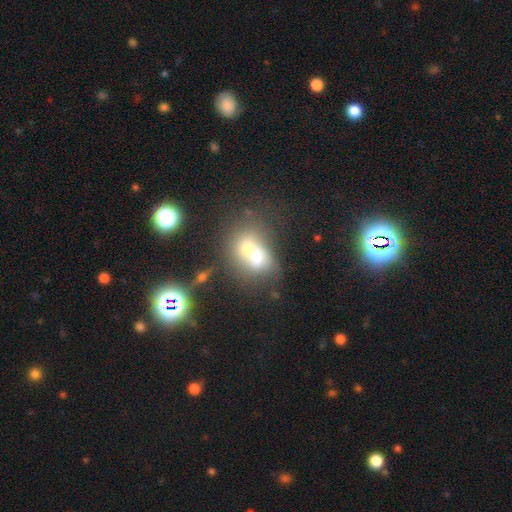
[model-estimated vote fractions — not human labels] Smooth or featured? Predicted: smooth (p=0.51). How rounded? Predicted: round (p=0.55). Merging? Predicted: merger (p=0.64).